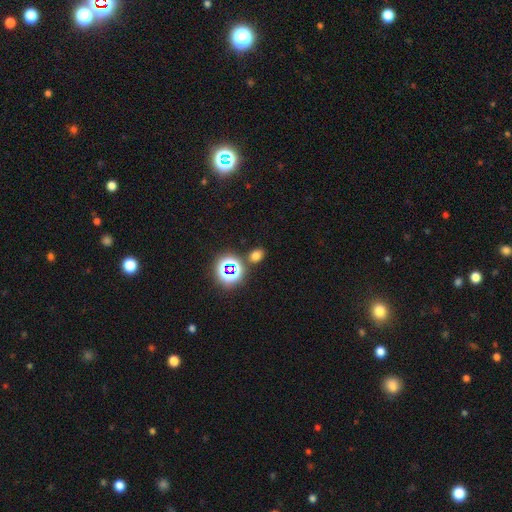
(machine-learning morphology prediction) Smooth or featured?
  - smooth: 65% *
  - star or artifact: 29%
  - featured or disk: 6%
How rounded?
  - round: 50% *
  - in between: 49%
  - cigar-shaped: 1%
Merging?
  - none: 82% *
  - minor disturbance: 9%
  - merger: 6%
  - major disturbance: 3%